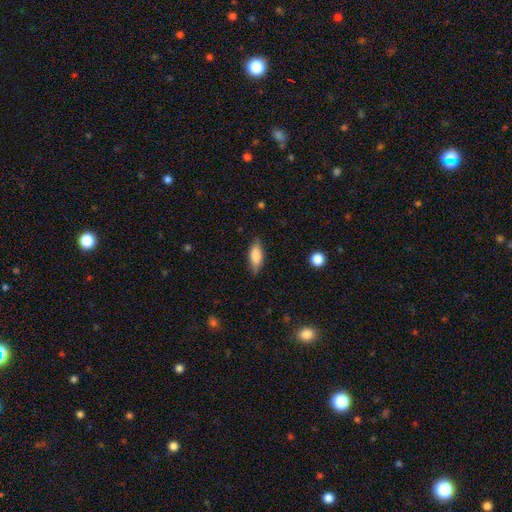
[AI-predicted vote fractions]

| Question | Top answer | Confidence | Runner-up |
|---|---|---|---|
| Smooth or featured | smooth | 75% | featured or disk (18%) |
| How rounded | in between | 73% | cigar-shaped (25%) |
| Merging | none | 79% | minor disturbance (17%) |